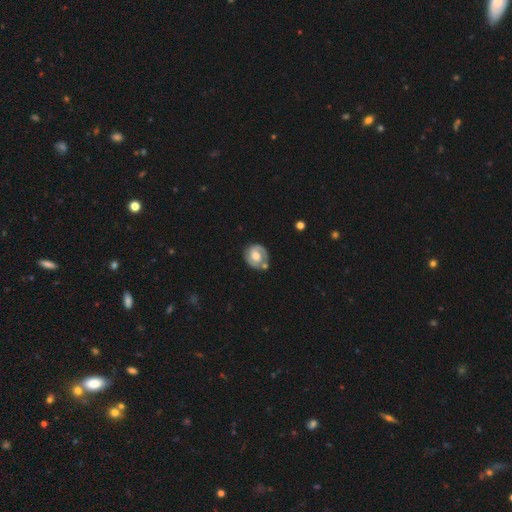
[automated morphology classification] featured or disk 73%, smooth 22%, star or artifact 6%. Down the decision tree: edge-on disk — no (98%); bar — no (55%); spiral arms — yes (90%); spiral arm count — 2 (76%); spiral winding — tight (54%); bulge size — moderate (61%); merging — none (68%).